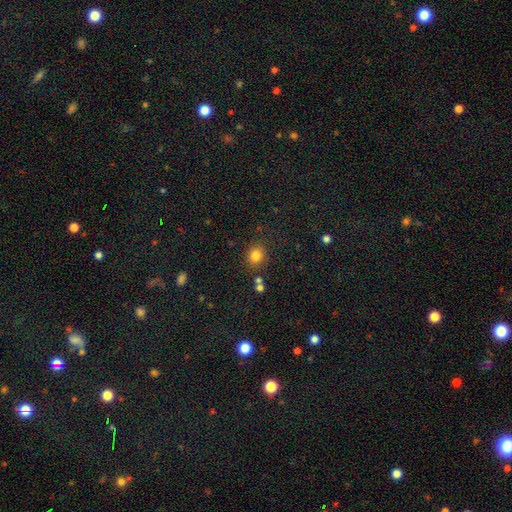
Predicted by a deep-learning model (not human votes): Smooth or featured: smooth — 81% (star or artifact — 14%)
How rounded: round — 78% (in between — 21%)
Merging: none — 82% (minor disturbance — 9%)